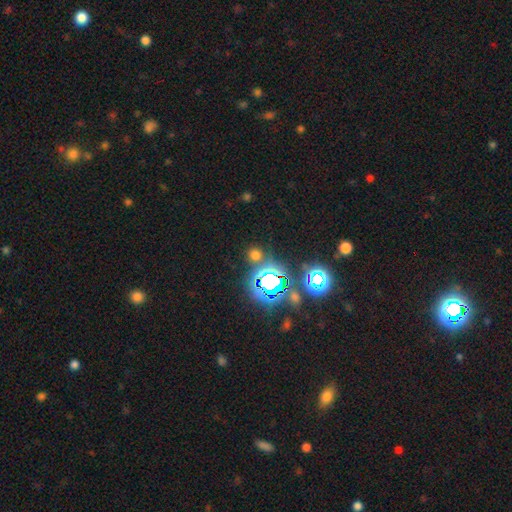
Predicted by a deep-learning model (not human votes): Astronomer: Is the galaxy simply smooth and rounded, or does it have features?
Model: smooth — 50% (runner-up: star or artifact, 43%).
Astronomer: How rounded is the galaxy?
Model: round — 86%.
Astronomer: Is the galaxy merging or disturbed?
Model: none — 78%.